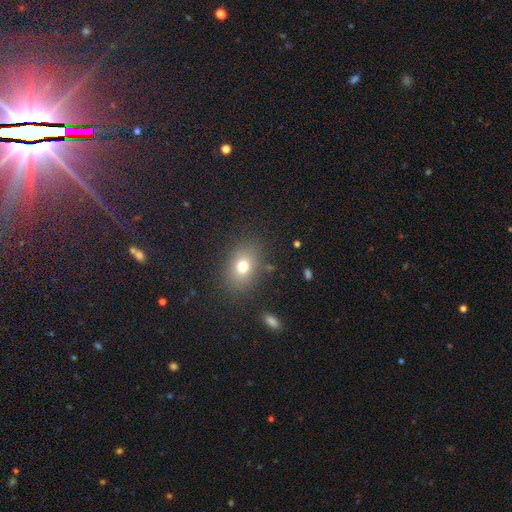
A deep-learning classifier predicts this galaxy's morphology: Overall: smooth (46%; star or artifact 40%). Merging: none (86%).